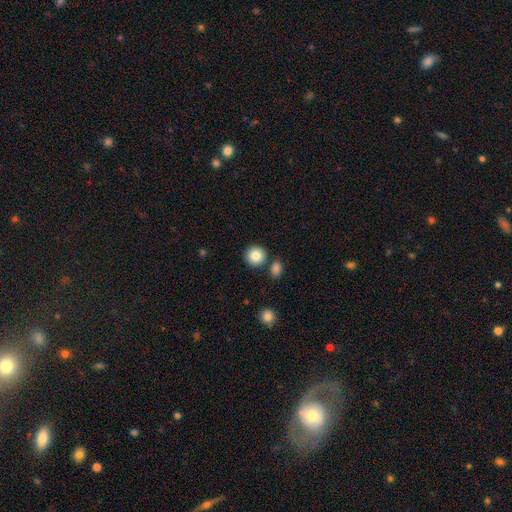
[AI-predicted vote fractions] smooth-or-featured: smooth: 86% | star or artifact: 9% | featured or disk: 6%
  how-rounded: round: 92% | in between: 7% | cigar-shaped: 1%
  merging: none: 82% | merger: 9% | minor disturbance: 7% | major disturbance: 2%